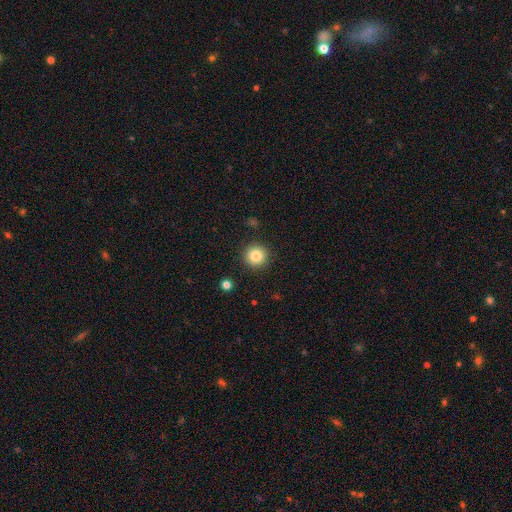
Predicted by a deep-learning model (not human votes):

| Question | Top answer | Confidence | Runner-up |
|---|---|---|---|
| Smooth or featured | smooth | 83% | star or artifact (11%) |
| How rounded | round | 95% | in between (4%) |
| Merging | none | 90% | minor disturbance (6%) |